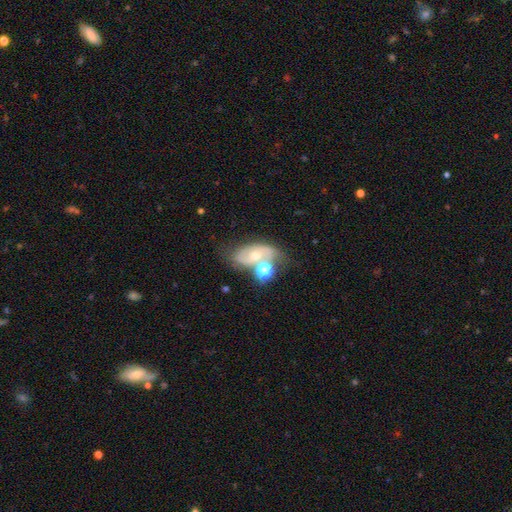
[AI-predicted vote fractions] smooth_or_featured: featured or disk (p=0.59) [alt: smooth p=0.28]
disk_edge_on: no (p=0.93) [alt: yes p=0.07]
bar: no (p=0.70) [alt: weak p=0.22]
has_spiral_arms: yes (p=0.67) [alt: no p=0.33]
bulge_size: moderate (p=0.53) [alt: small p=0.39]
merging: none (p=0.43) [alt: merger p=0.27]